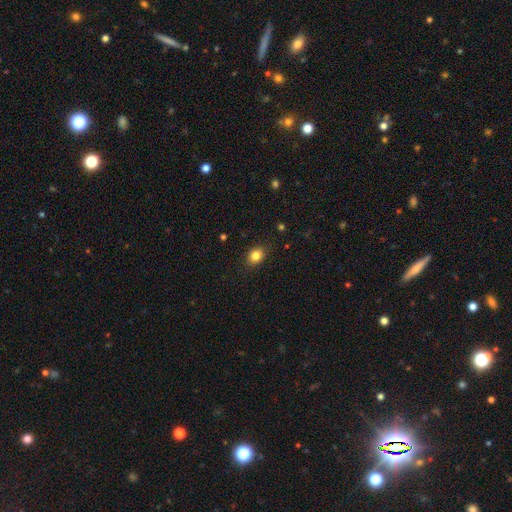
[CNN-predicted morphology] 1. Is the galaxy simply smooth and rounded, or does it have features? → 84% smooth, 10% star or artifact, 6% featured or disk.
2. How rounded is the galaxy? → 58% in between, 41% round, 1% cigar-shaped.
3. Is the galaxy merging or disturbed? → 86% none, 10% minor disturbance, 2% major disturbance, 1% merger.